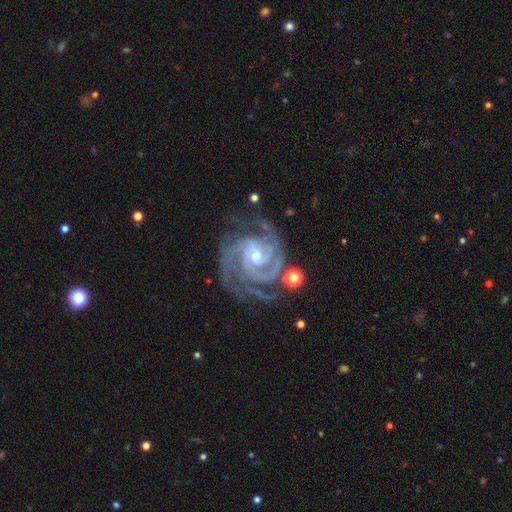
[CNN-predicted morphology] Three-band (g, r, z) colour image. It shows a featured or disk galaxy (94%) with no bar (48%), 3 (43%) tight (69%) spiral arms (99%) and a small central bulge (55%). Merging: none (66%).